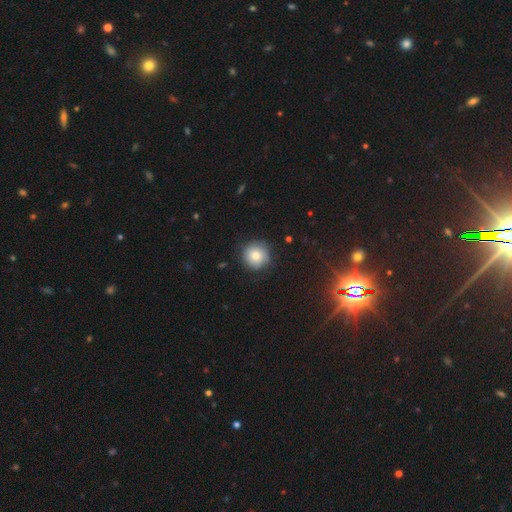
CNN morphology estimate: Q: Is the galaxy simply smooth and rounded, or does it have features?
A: smooth — 77%.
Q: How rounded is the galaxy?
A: round — 94%.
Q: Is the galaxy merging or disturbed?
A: none — 80%.